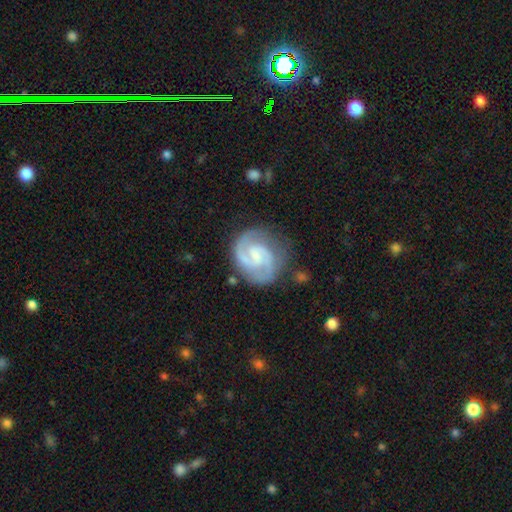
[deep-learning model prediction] The model was most divided on "bar": weak: 48%, no: 42%, strong: 10%. More confident: edge-on disk — no (98%); spiral arms — yes (98%); smooth or featured — featured or disk (90%); spiral arm count — 2 (87%); merging — none (75%); bulge size — small (58%); spiral winding — medium (50%).